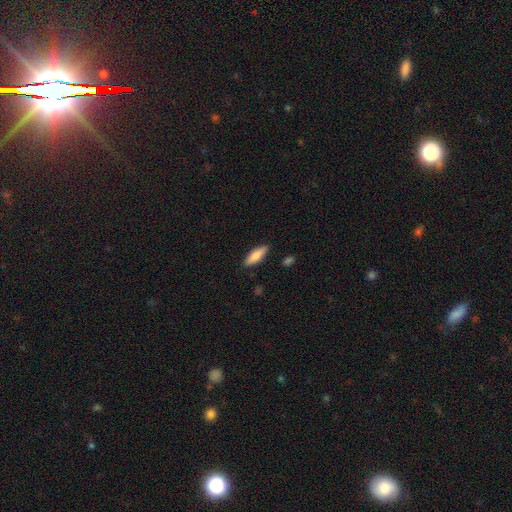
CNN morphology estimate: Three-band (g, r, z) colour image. It shows a smooth galaxy with no disk features (74%) that is in between round and cigar-shaped (52%). Merging: none (86%).